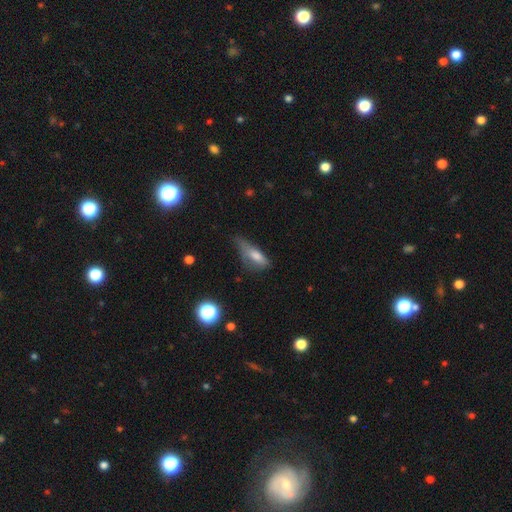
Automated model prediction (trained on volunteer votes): Smooth or featured?
  - smooth: 66% *
  - featured or disk: 23%
  - star or artifact: 11%
How rounded?
  - in between: 61% *
  - cigar-shaped: 35%
  - round: 4%
Merging?
  - minor disturbance: 39% *
  - none: 29%
  - major disturbance: 28%
  - merger: 3%